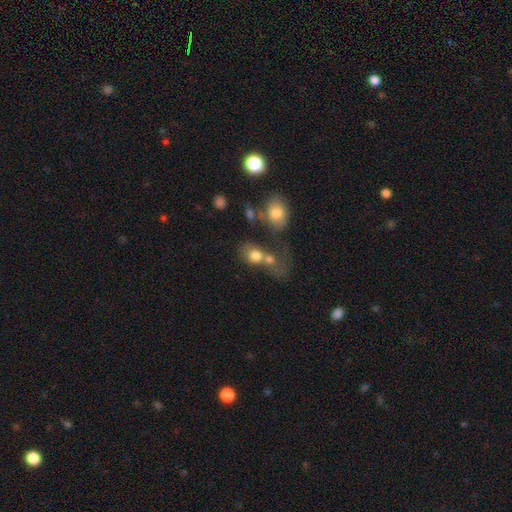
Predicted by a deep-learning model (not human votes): Morphology: type=smooth (74%); roundness=round (54%); merging=merger (57%).